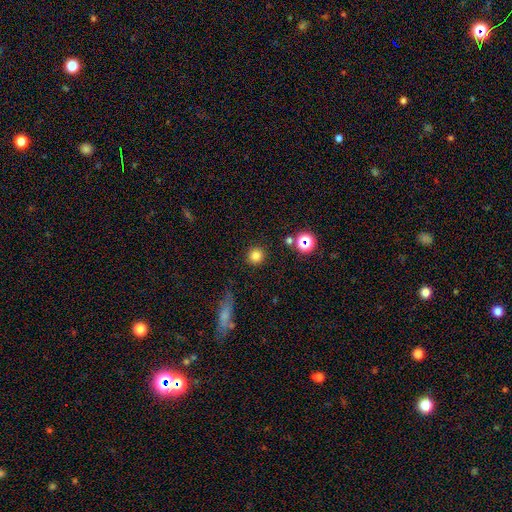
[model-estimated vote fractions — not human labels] This is clearly a smooth galaxy (81%). How rounded: clearly round (93%). Merging: clearly none (88%).